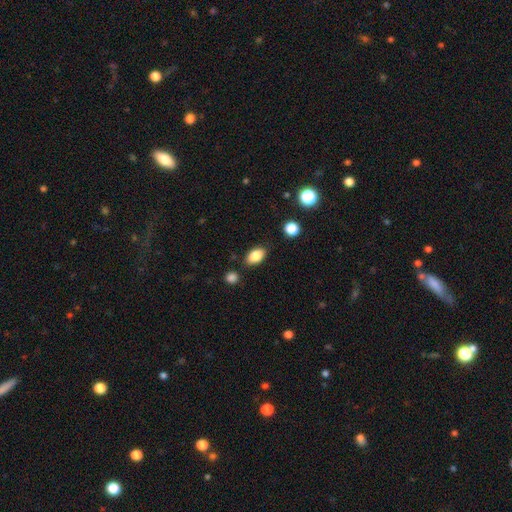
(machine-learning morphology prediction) The model was most divided on "merging": none: 83%, minor disturbance: 11%, merger: 3%, major disturbance: 3%. More confident: how rounded — in between (89%); smooth or featured — smooth (84%).